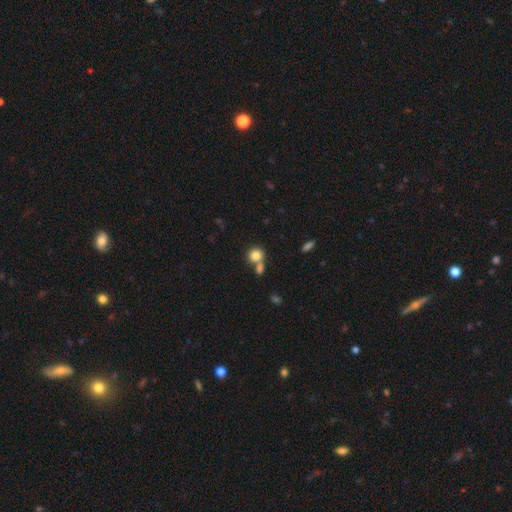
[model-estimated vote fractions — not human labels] Smooth or featured? smooth (82%)
How rounded? round (80%)
Merging? none (50%)